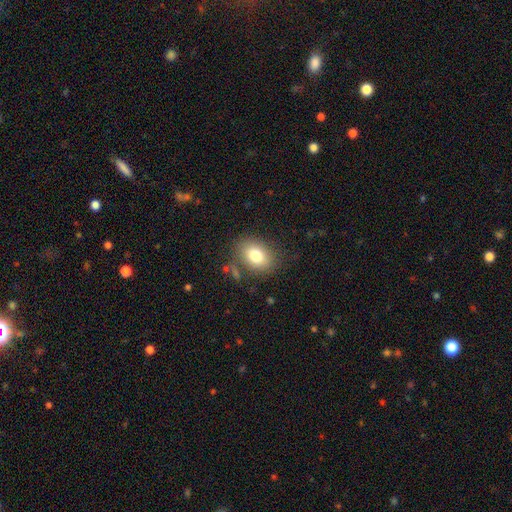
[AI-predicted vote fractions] A smooth galaxy with no disk features (80%) that is in between round and cigar-shaped (74%). Merging: none (79%).